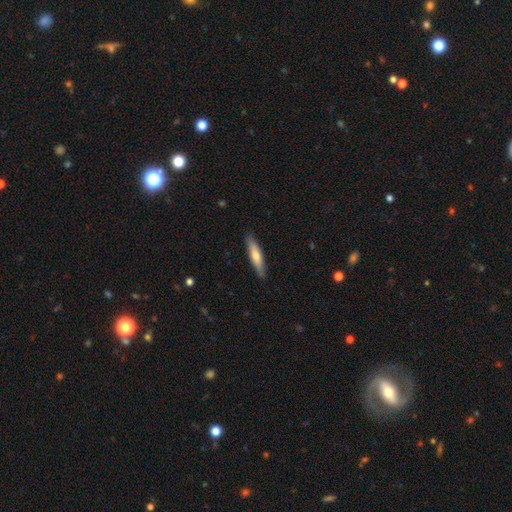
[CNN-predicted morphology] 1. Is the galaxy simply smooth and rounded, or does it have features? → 59% smooth, 35% featured or disk, 5% star or artifact.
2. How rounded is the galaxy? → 84% cigar-shaped, 15% in between, 2% round.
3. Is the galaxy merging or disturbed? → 88% none, 9% minor disturbance, 2% major disturbance, 1% merger.